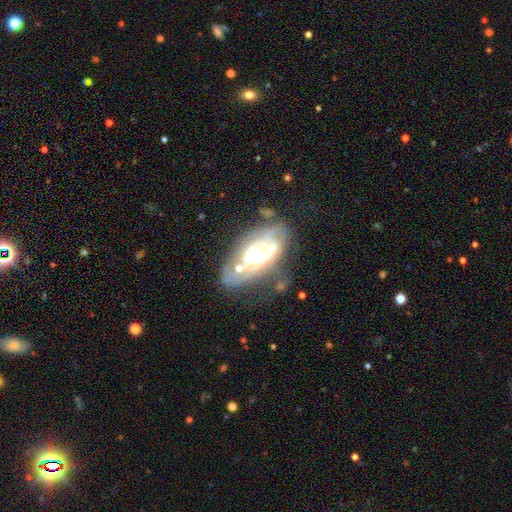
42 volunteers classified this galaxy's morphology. This appears to be a featured or disk galaxy (76%) with no bar (62%), 2 (55%) tight (50%) spiral arms (85%) and a moderate central bulge (46%). Merging: none (48%).